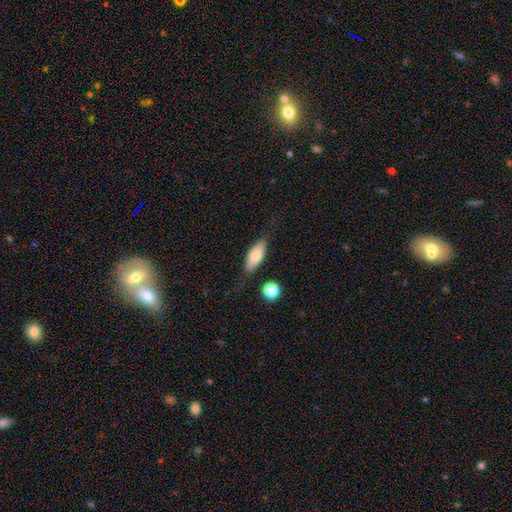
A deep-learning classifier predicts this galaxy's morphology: This appears to be a smooth galaxy with no disk features (73%) that is in between round and cigar-shaped (76%). Merging: none (75%).